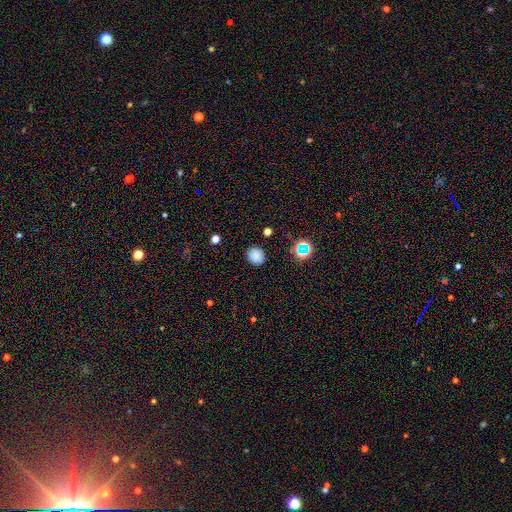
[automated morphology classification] Smooth or featured? Predicted: smooth (p=0.80). How rounded? Predicted: round (p=0.87). Merging? Predicted: none (p=0.88).